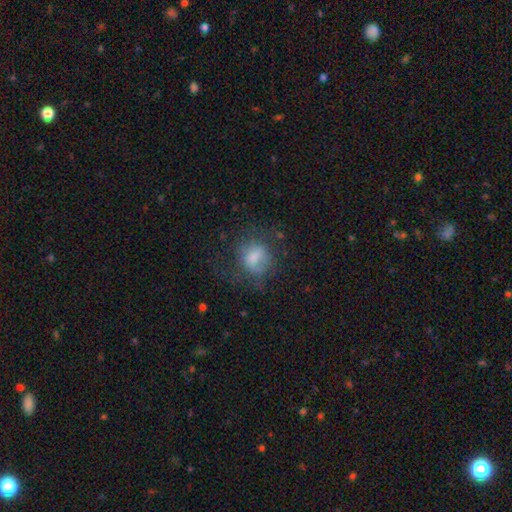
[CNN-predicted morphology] Smooth or featured: smooth — 59% (featured or disk — 27%)
How rounded: round — 61% (in between — 37%)
Merging: none — 51% (major disturbance — 24%)